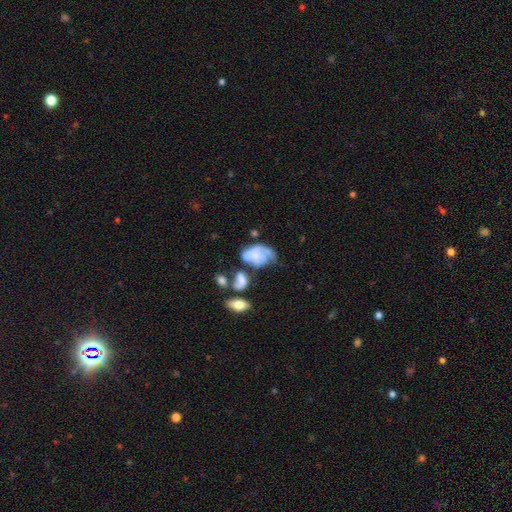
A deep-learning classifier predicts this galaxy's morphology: smooth-or-featured: featured or disk: 60% | smooth: 32% | star or artifact: 8%
  disk-edge-on: no: 97% | yes: 3%
    bar: no: 76% | weak: 20% | strong: 4%
    has-spiral-arms: yes: 77% | no: 23%
    bulge-size: small: 48% | none: 30% | moderate: 17% | large: 3% | dominant: 2%
  merging: major disturbance: 32% | none: 28% | minor disturbance: 23% | merger: 17%